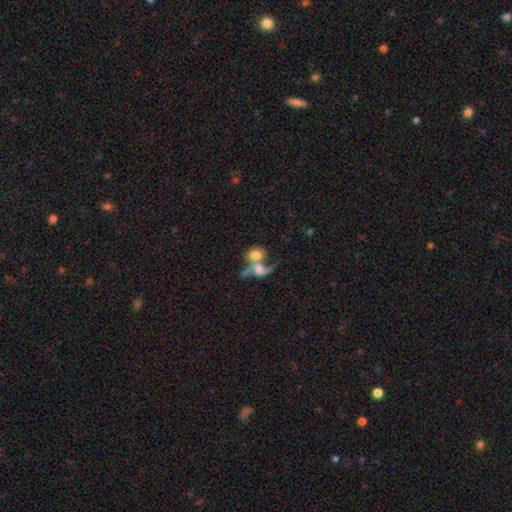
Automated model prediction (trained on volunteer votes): The model was most divided on "how rounded": round: 58%, in between: 39%, cigar-shaped: 2%. More confident: merging — merger (71%); smooth or featured — smooth (55%).